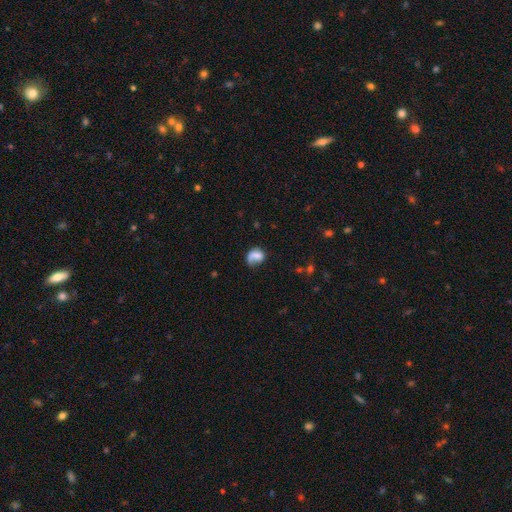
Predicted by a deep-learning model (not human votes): This is possibly a smooth galaxy (54%). How rounded: possibly round (51%). Merging: marginally none (43%).